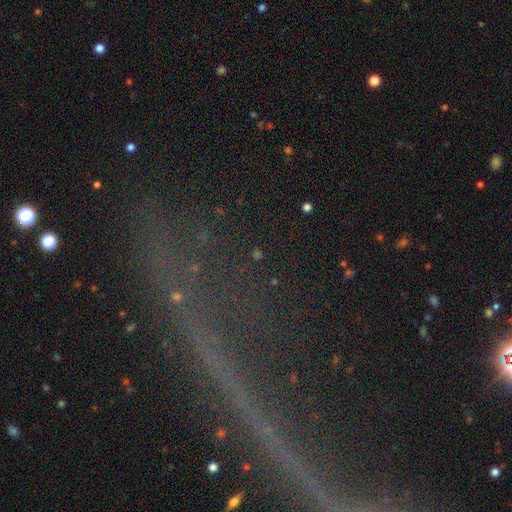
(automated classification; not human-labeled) star or artifact 64%, smooth 19%, featured or disk 18%.